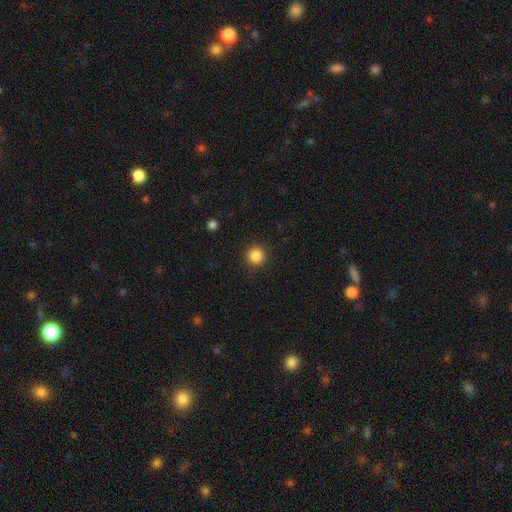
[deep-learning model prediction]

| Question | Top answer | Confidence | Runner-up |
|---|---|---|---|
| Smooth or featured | smooth | 86% | star or artifact (11%) |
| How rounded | round | 95% | in between (4%) |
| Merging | none | 92% | minor disturbance (5%) |